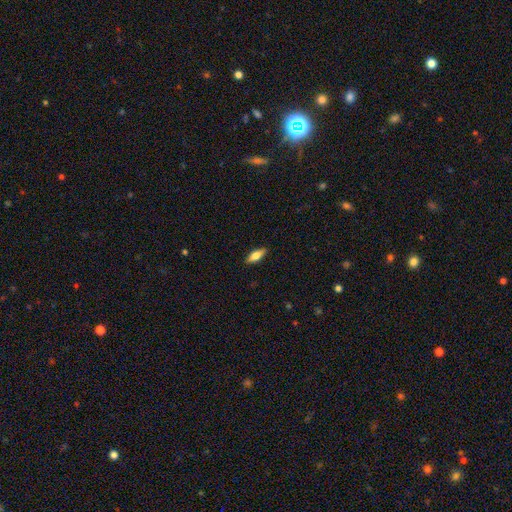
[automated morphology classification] Q: Smooth or featured?
A: smooth (56%); runner-up: featured or disk (37%)
Q: How rounded?
A: in between (66%); runner-up: cigar-shaped (31%)
Q: Merging?
A: none (89%); runner-up: minor disturbance (8%)